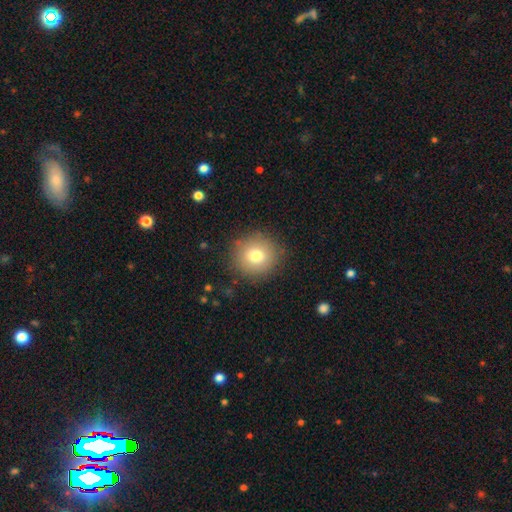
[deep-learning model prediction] smooth_or_featured: smooth (p=0.76) [alt: featured or disk p=0.13]
how_rounded: round (p=0.92) [alt: in between p=0.07]
merging: none (p=0.87) [alt: minor disturbance p=0.09]